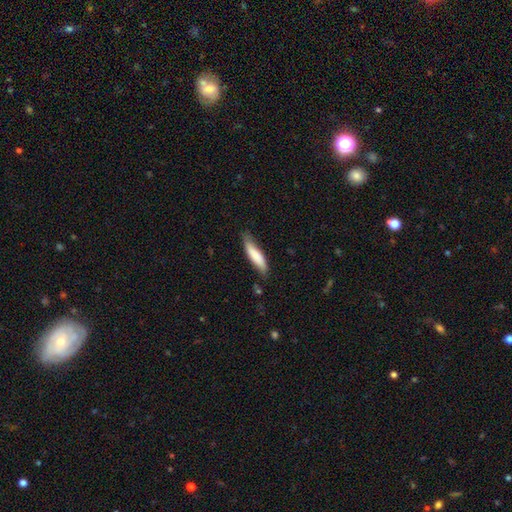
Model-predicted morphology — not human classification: A smooth galaxy with no disk features (78%) that is cigar-shaped (74%).

Vote fractions:
- Smooth or featured? smooth: 78% / featured or disk: 17% / star or artifact: 6%
- How rounded? cigar-shaped: 74% / in between: 25% / round: 1%
- Merging? none: 64% / minor disturbance: 28% / major disturbance: 5% / merger: 2%